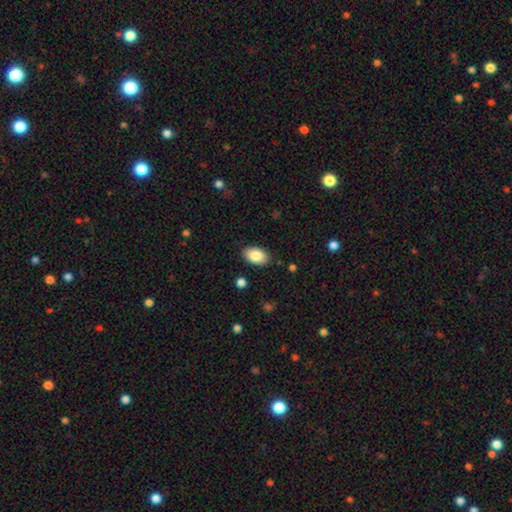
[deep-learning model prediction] Overall: smooth (85%). How rounded: in between (92%). Merging: none (88%).